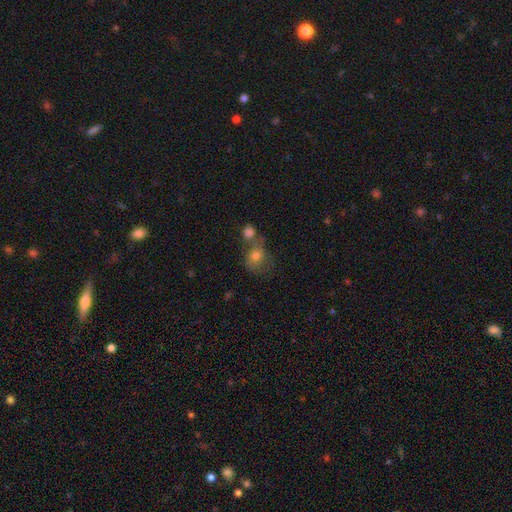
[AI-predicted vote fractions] Morphology: type=smooth (53%); roundness=round (71%); merging=none (50%).